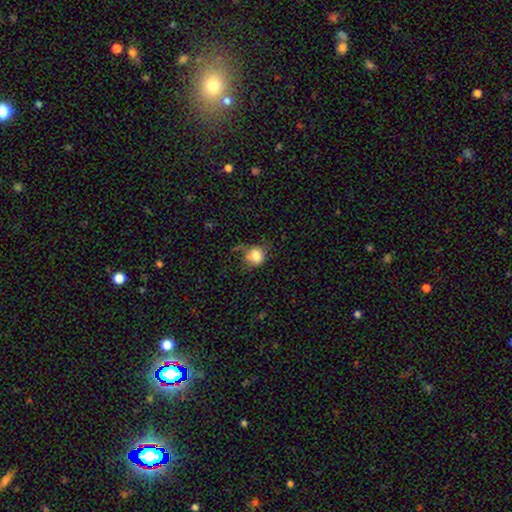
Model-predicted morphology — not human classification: A smooth galaxy with no disk features (80%) that is round (76%). Merging: none (46%).